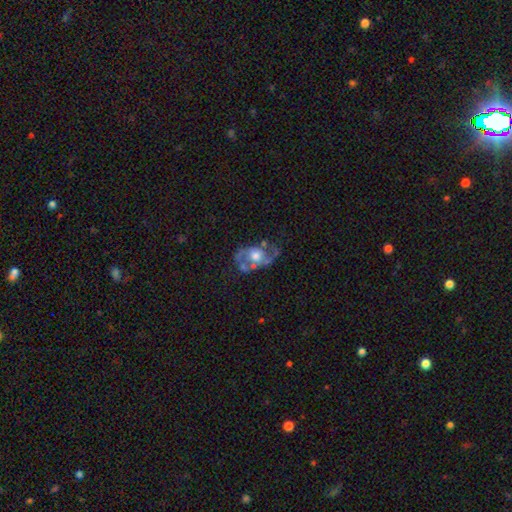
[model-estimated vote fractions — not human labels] featured or disk 76%, smooth 17%, star or artifact 6%. Down the decision tree: edge-on disk — no (96%); bar — no (77%); spiral arms — yes (77%); spiral arm count — 2 (79%); spiral winding — medium (46%); bulge size — moderate (57%); merging — none (49%).